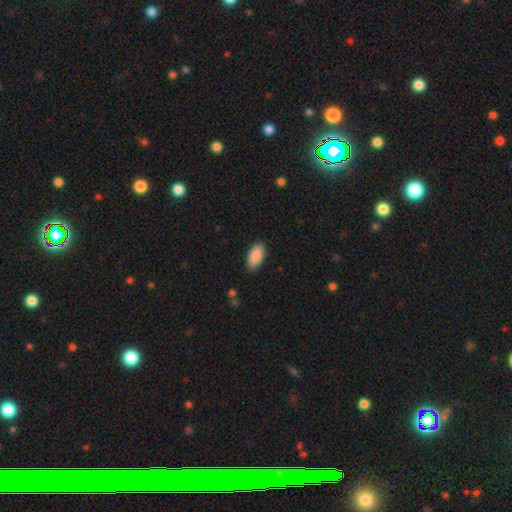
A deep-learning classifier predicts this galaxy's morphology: A smooth galaxy with no disk features (89%) that is in between round and cigar-shaped (93%). Merging: none (87%).